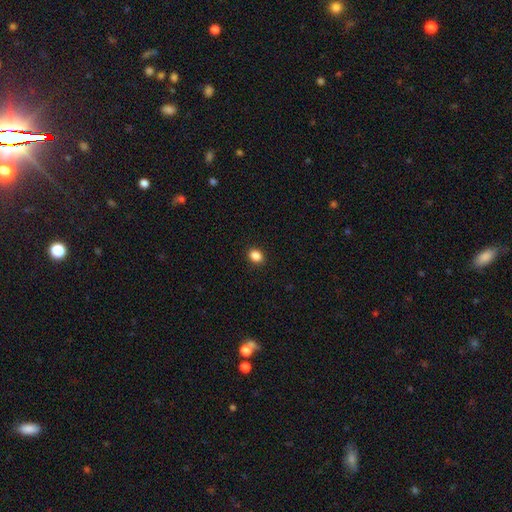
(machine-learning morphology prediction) This is clearly a smooth galaxy (86%). How rounded: possibly round (51%). Merging: clearly none (91%).